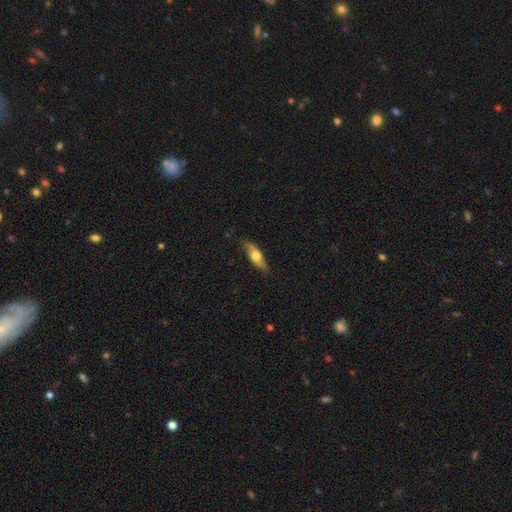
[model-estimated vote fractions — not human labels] This appears to be a smooth galaxy with no disk features (49%). Merging: none (78%).